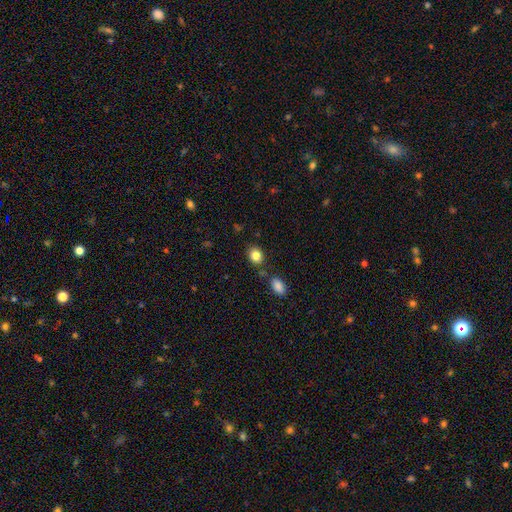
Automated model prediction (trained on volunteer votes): Overall: smooth (84%). How rounded: round (53%; in between 46%). Merging: none (78%).